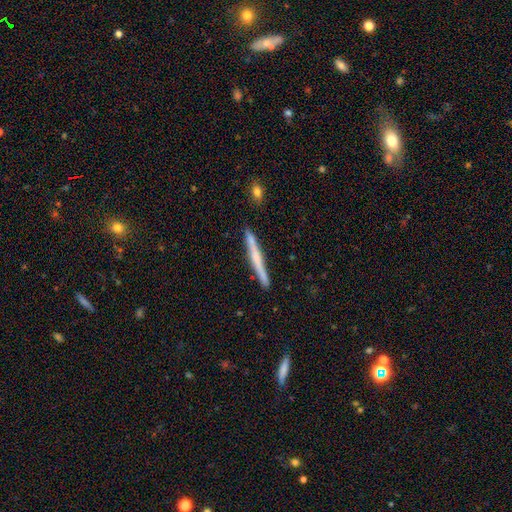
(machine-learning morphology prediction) The model was most divided on "smooth or featured": featured or disk: 50%, smooth: 44%, star or artifact: 6%. More confident: merging — none (89%).